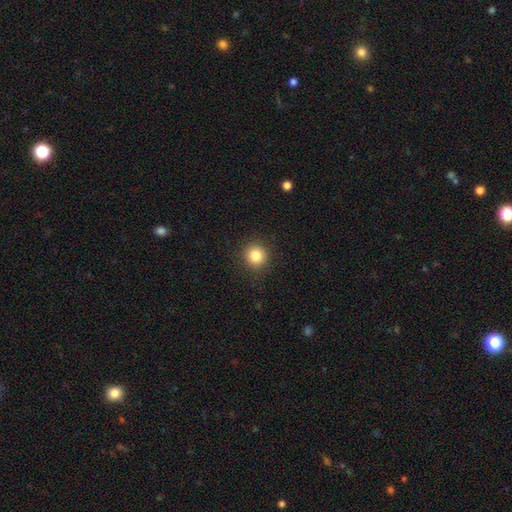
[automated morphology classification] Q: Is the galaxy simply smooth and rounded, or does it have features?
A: smooth — 83%.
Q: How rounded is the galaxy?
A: round — 94%.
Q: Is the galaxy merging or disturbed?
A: none — 91%.